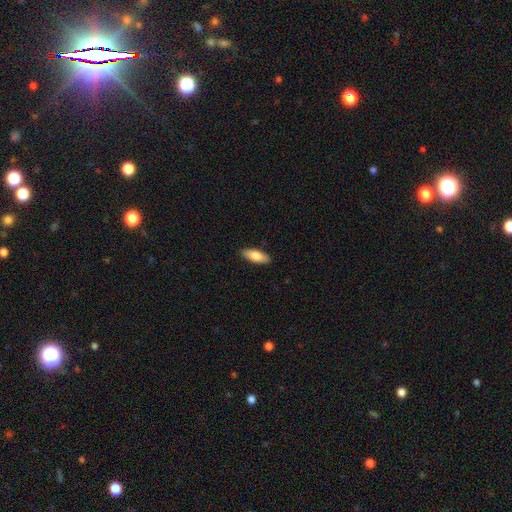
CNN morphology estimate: This appears to be a smooth galaxy with no disk features (81%) that is in between round and cigar-shaped (74%). Merging: none (89%).